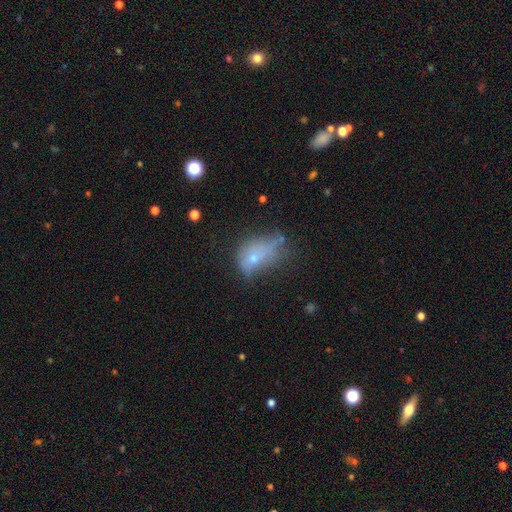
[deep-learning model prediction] A smooth galaxy with no disk features (58%) that is in between round and cigar-shaped (76%). Merging: major disturbance (40%).